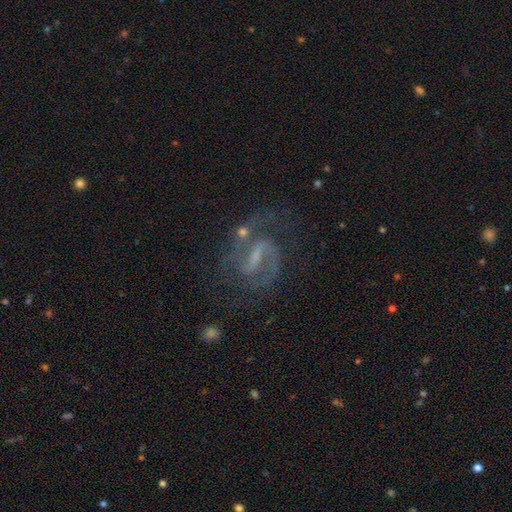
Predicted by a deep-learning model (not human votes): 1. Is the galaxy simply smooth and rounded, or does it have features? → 86% featured or disk, 8% star or artifact, 6% smooth.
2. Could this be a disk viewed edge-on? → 97% no, 3% yes.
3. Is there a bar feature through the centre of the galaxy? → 48% strong, 42% weak, 10% no.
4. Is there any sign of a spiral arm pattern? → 96% yes, 4% no.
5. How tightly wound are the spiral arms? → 58% medium, 24% tight, 18% loose.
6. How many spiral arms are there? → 88% 2, 4% can't tell, 4% 1, 2% 3, 1% 4, 1% more than 4.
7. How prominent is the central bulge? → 48% small, 33% none, 16% moderate, 2% large, 1% dominant.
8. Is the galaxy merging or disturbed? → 68% none, 15% minor disturbance, 12% major disturbance, 5% merger.